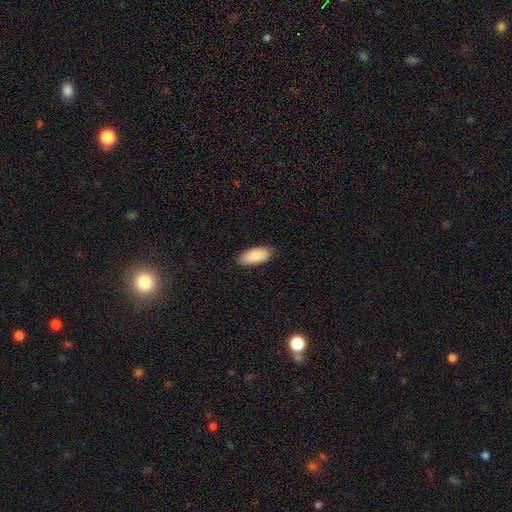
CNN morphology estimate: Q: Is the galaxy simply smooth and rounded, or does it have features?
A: smooth — 85%.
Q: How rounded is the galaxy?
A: in between — 92%.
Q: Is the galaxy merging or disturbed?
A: none — 86%.